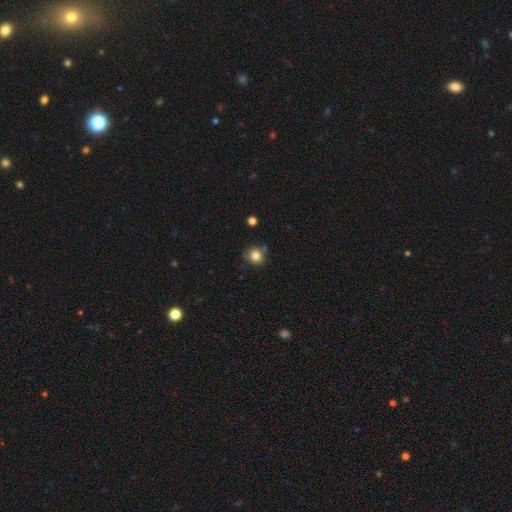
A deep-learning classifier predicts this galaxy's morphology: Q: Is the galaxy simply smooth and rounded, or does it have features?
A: smooth — 82%.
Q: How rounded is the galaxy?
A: round — 84%.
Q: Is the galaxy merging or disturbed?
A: none — 75%.